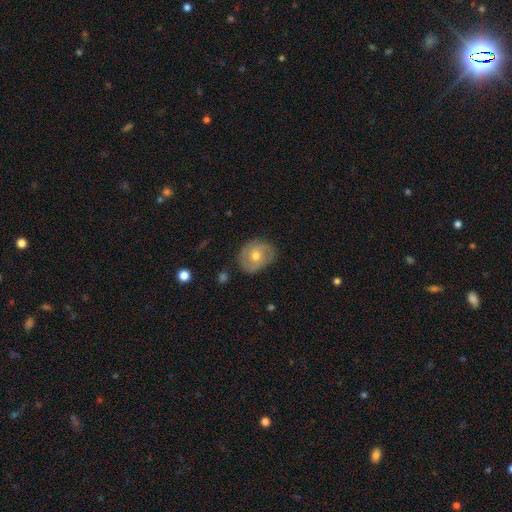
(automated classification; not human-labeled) Smooth or featured?
  - featured or disk: 64% *
  - smooth: 28%
  - star or artifact: 7%
Edge-on disk?
  - no: 96% *
  - yes: 4%
Bar?
  - no: 71% *
  - weak: 25%
  - strong: 5%
Spiral arms?
  - yes: 80% *
  - no: 20%
Bulge size?
  - moderate: 68% *
  - small: 27%
  - large: 3%
  - none: 1%
  - dominant: 1%
Merging?
  - none: 79% *
  - minor disturbance: 16%
  - major disturbance: 4%
  - merger: 1%